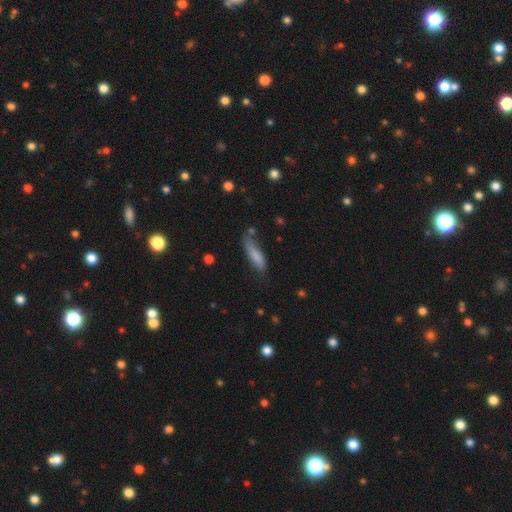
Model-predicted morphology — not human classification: Smooth or featured? Predicted: smooth (p=0.79). How rounded? Predicted: cigar-shaped (p=0.64). Merging? Predicted: none (p=0.56).